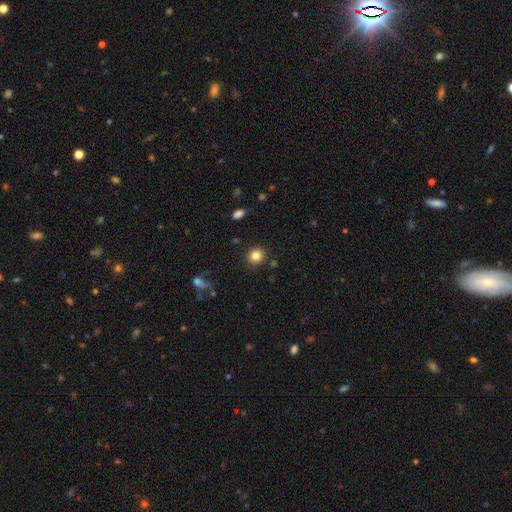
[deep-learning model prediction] Smooth or featured?
  - smooth: 84% *
  - star or artifact: 11%
  - featured or disk: 5%
How rounded?
  - round: 88% *
  - in between: 11%
  - cigar-shaped: 1%
Merging?
  - none: 87% *
  - minor disturbance: 8%
  - major disturbance: 3%
  - merger: 2%